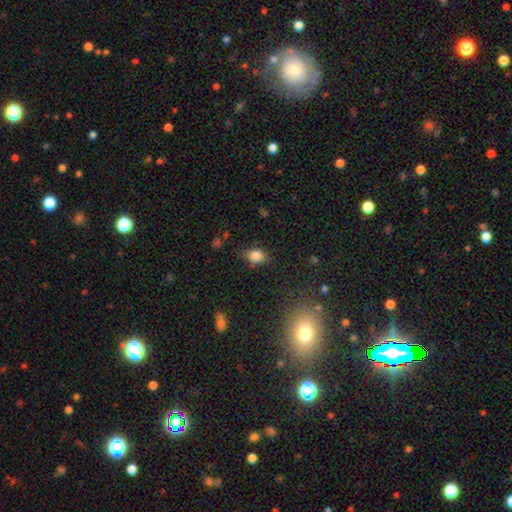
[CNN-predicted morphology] A smooth galaxy with no disk features (83%) that is in between round and cigar-shaped (73%). Merging: none (76%).